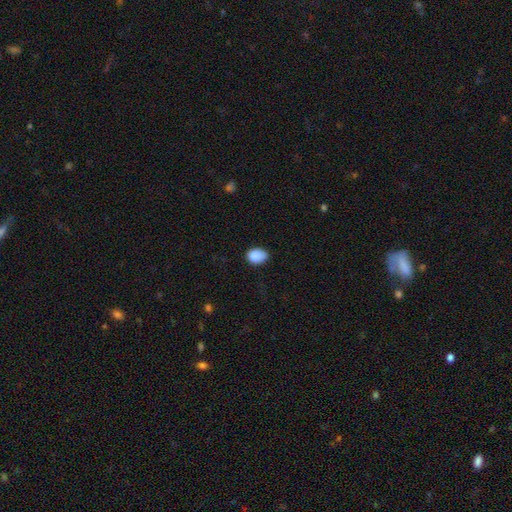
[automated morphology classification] Smooth or featured? smooth (88%)
How rounded? in between (69%)
Merging? none (66%)